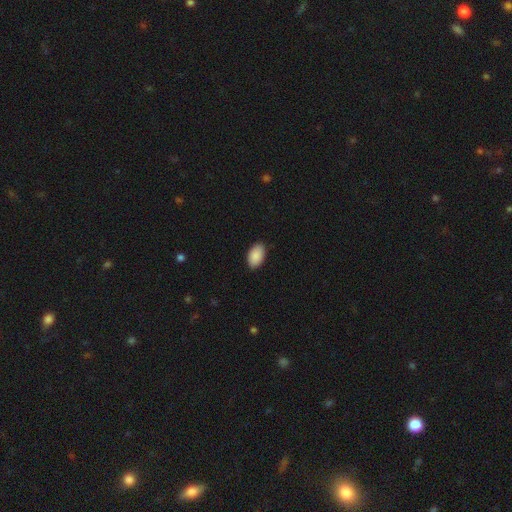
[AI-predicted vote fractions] Smooth or featured?
  - smooth: 90% *
  - star or artifact: 6%
  - featured or disk: 3%
How rounded?
  - in between: 94% *
  - round: 5%
  - cigar-shaped: 1%
Merging?
  - none: 88% *
  - minor disturbance: 9%
  - major disturbance: 2%
  - merger: 1%